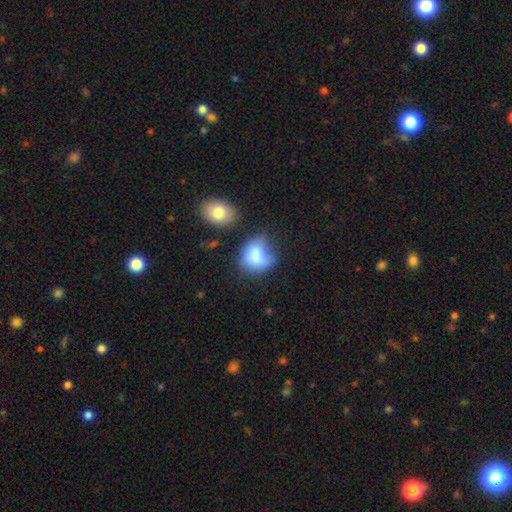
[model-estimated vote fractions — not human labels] Smooth or featured? smooth (77%)
How rounded? in between (54%)
Merging? none (35%)